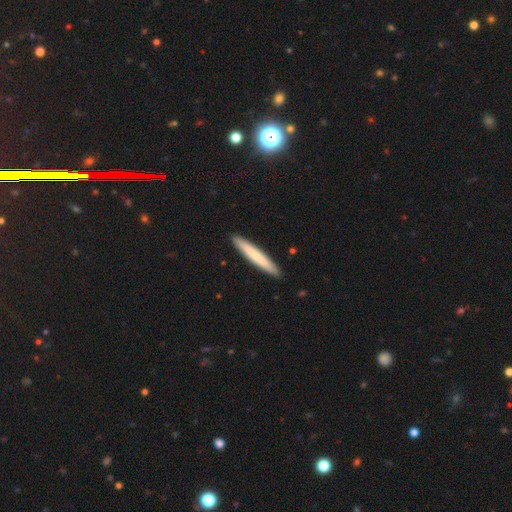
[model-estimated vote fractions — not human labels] Morphology: type=smooth (72%); roundness=cigar-shaped (95%); merging=none (92%).